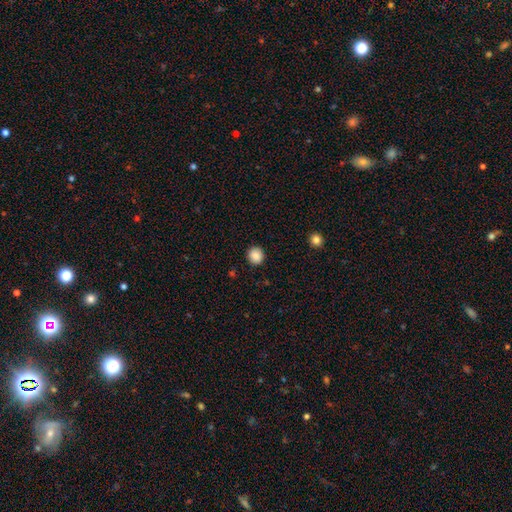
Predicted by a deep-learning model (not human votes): Q: Smooth or featured?
A: smooth (88%); runner-up: star or artifact (9%)
Q: How rounded?
A: round (89%); runner-up: in between (10%)
Q: Merging?
A: none (91%); runner-up: minor disturbance (6%)